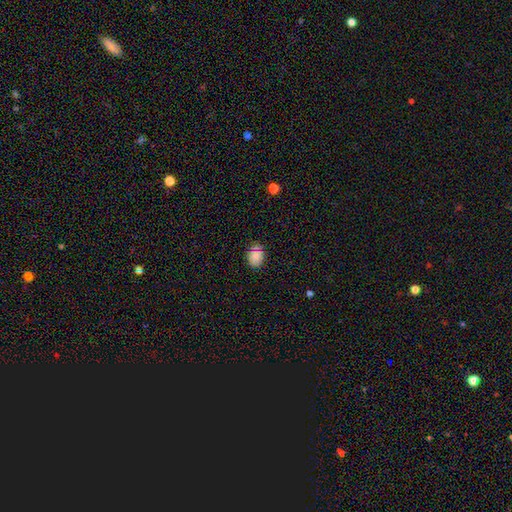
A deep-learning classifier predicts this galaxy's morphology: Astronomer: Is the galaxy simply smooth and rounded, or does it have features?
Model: smooth — 80%.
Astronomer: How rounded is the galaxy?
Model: in between — 60% (runner-up: round, 39%).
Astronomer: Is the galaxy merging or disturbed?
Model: none — 82%.